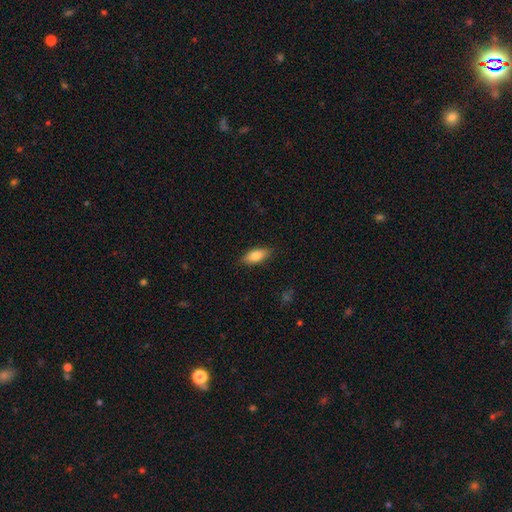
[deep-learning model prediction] smooth 78%, featured or disk 15%, star or artifact 7%. Down the decision tree: how rounded — in between (80%); merging — none (86%).